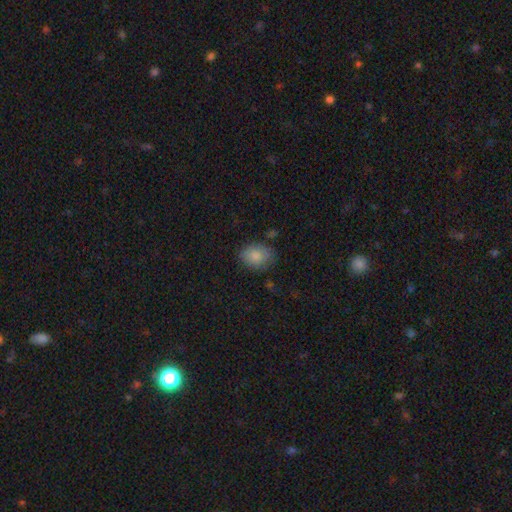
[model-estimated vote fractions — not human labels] smooth_or_featured: smooth (p=0.83) [alt: featured or disk p=0.09]
how_rounded: in between (p=0.62) [alt: round p=0.37]
merging: none (p=0.70) [alt: minor disturbance p=0.21]